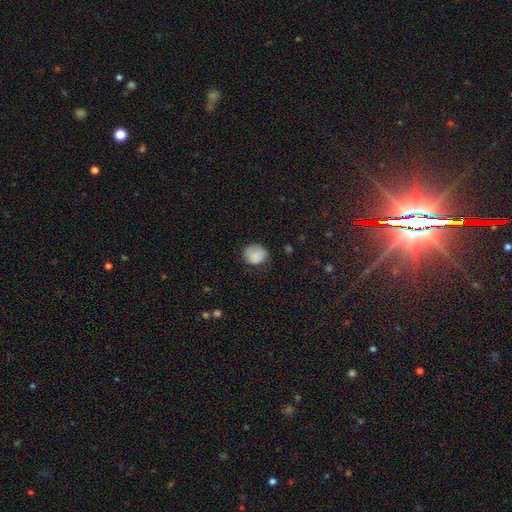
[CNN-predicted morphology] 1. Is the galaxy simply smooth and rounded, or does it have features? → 82% smooth, 10% featured or disk, 8% star or artifact.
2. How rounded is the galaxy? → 75% round, 24% in between, 1% cigar-shaped.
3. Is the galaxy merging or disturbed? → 60% none, 29% minor disturbance, 10% major disturbance, 2% merger.